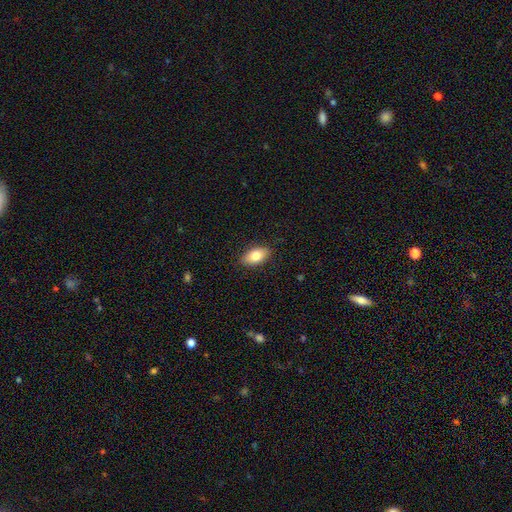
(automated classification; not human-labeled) This is likely a smooth galaxy (80%). How rounded: clearly in between (91%). Merging: clearly none (87%).